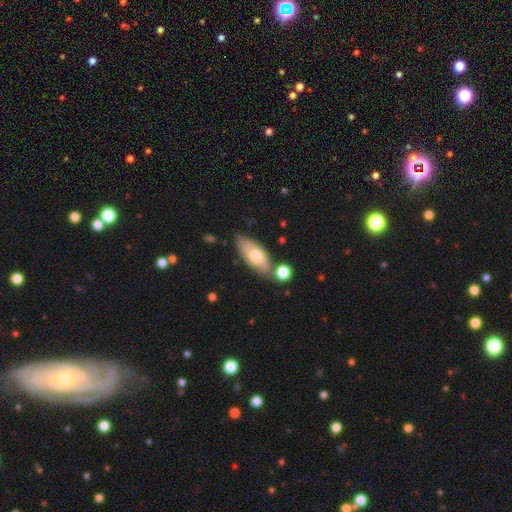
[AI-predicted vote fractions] A smooth galaxy with no disk features (70%) that is in between round and cigar-shaped (80%). Merging: none (69%).